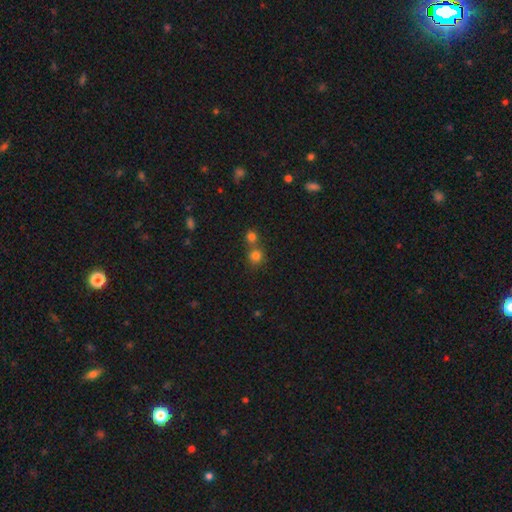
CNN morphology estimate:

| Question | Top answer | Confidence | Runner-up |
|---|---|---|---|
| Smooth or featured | smooth | 77% | star or artifact (16%) |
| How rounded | round | 89% | in between (10%) |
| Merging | none | 55% | merger (36%) |